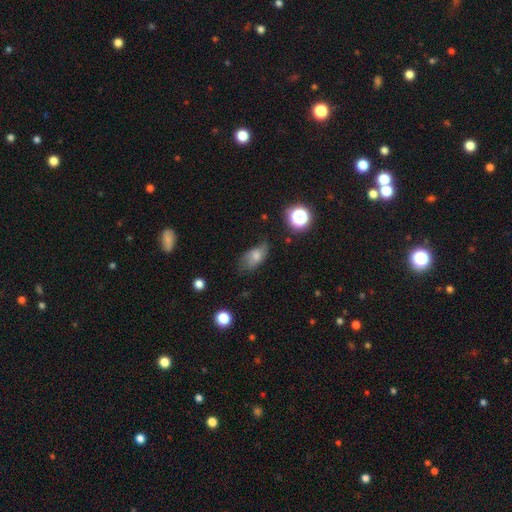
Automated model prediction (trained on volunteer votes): This is likely a smooth galaxy (64%). How rounded: clearly in between (88%). Merging: possibly none (48%).